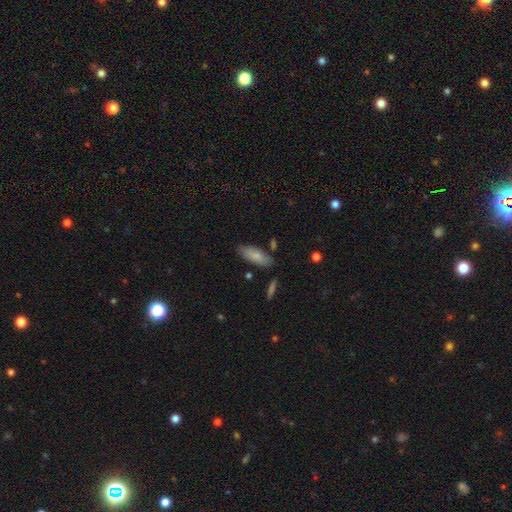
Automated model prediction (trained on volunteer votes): A smooth galaxy with no disk features (80%) that is in between round and cigar-shaped (72%). Merging: none (80%).